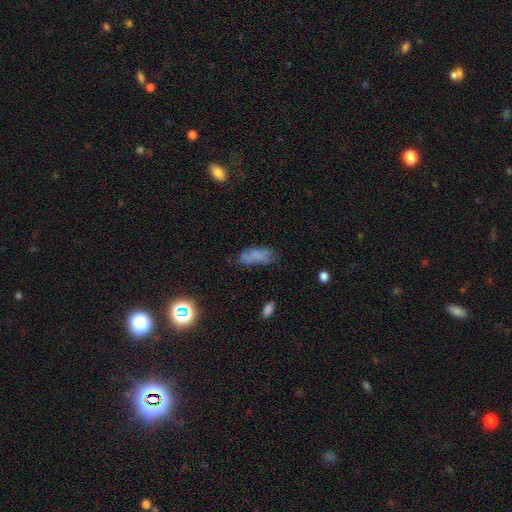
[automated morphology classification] smooth-or-featured: smooth: 64% | featured or disk: 22% | star or artifact: 13%
  how-rounded: in between: 75% | cigar-shaped: 21% | round: 4%
  merging: none: 48% | minor disturbance: 28% | major disturbance: 16% | merger: 8%